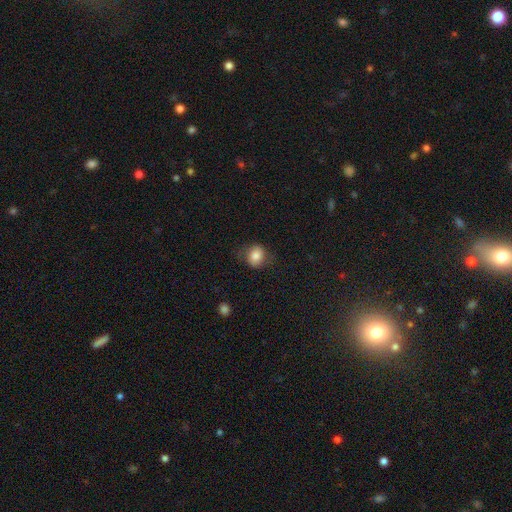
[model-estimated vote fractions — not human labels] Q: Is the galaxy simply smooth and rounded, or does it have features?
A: smooth — 80%.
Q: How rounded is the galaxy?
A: round — 64%.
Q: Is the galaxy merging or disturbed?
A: none — 69%.